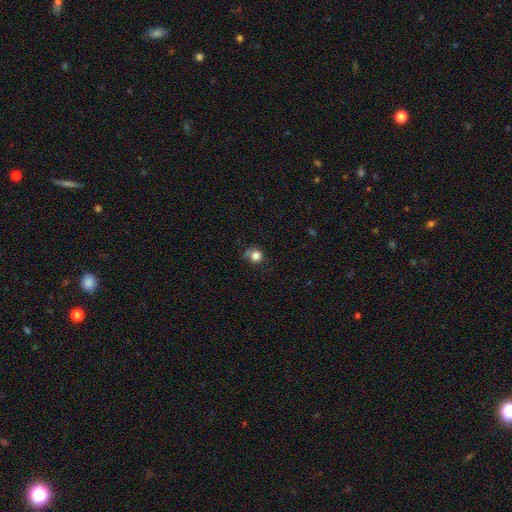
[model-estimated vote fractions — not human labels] Smooth or featured: smooth — 80% (star or artifact — 13%)
How rounded: round — 88% (in between — 11%)
Merging: none — 64% (minor disturbance — 24%)